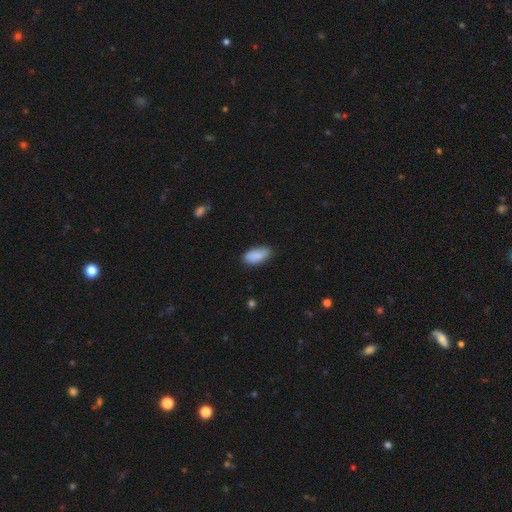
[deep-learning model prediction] This is clearly a smooth galaxy (86%). How rounded: clearly in between (92%). Merging: likely none (77%).